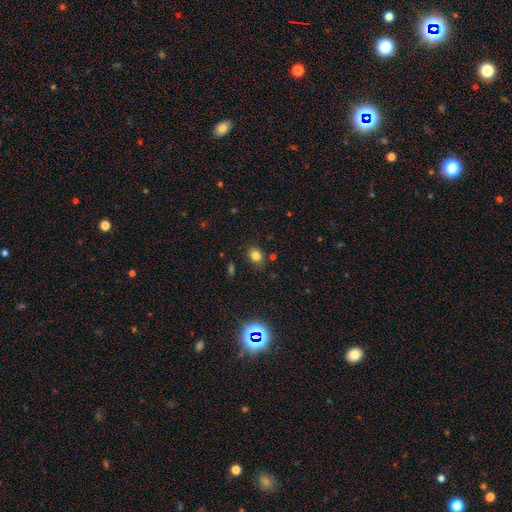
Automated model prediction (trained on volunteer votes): Morphology: type=smooth (79%); roundness=in between (58%); merging=none (82%).